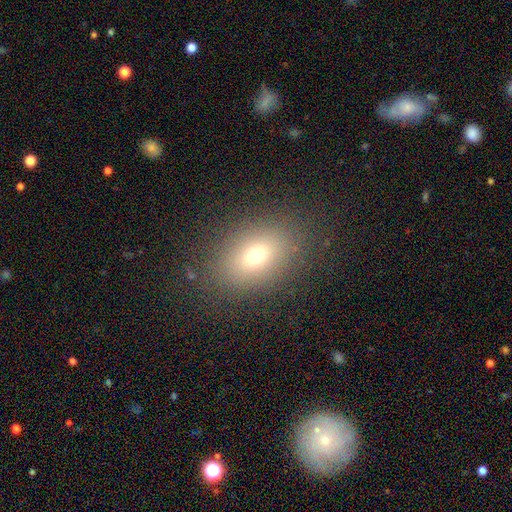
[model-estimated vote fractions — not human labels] Smooth or featured? smooth (69%)
How rounded? in between (73%)
Merging? none (84%)